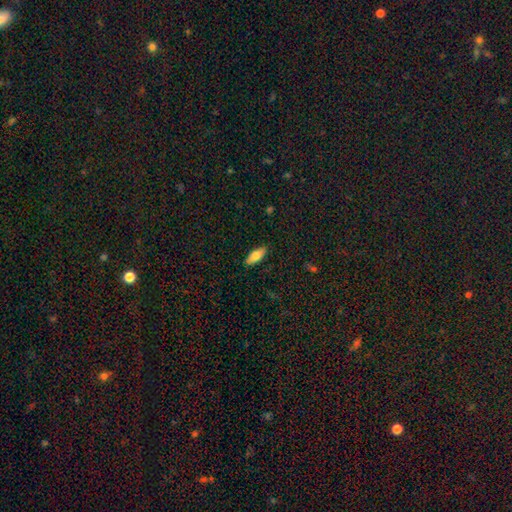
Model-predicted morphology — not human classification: The model was most divided on "smooth or featured": smooth: 74%, featured or disk: 20%, star or artifact: 6%. More confident: merging — none (87%); how rounded — in between (76%).